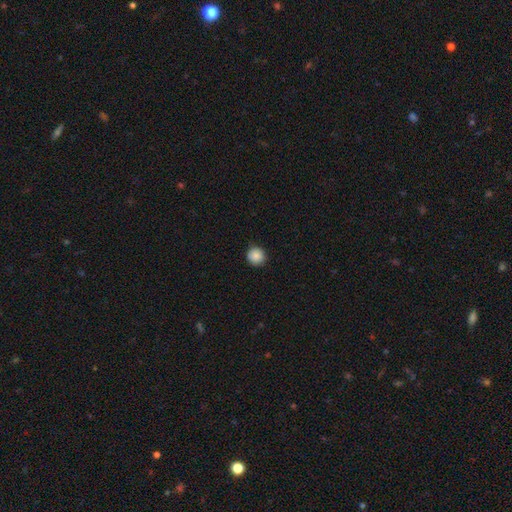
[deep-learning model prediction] A smooth galaxy with no disk features (88%) that is round (93%). Merging: none (89%).